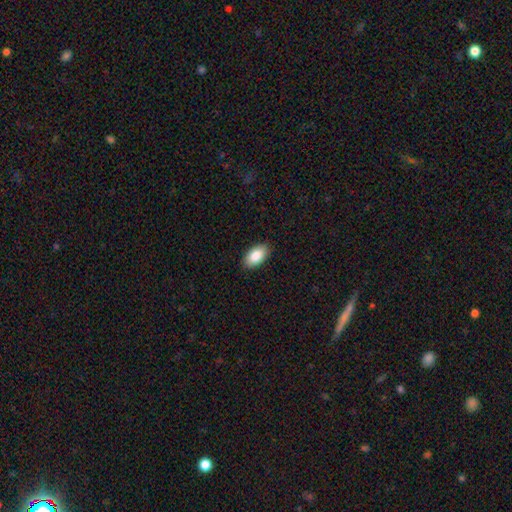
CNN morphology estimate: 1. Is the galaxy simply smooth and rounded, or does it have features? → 87% smooth, 6% star or artifact, 6% featured or disk.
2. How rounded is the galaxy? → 95% in between, 4% round, 2% cigar-shaped.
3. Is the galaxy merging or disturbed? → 89% none, 8% minor disturbance, 2% major disturbance, 1% merger.